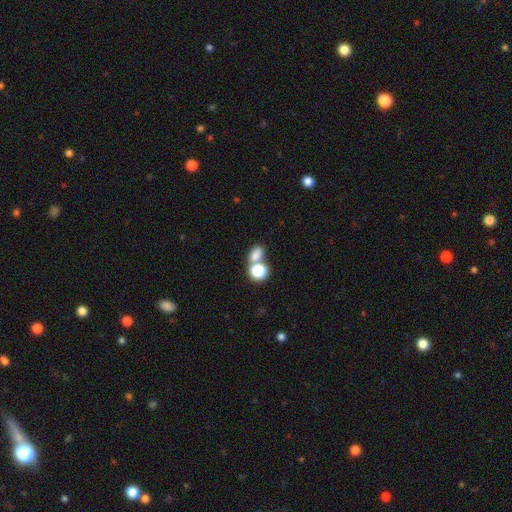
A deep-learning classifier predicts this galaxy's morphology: Q: Smooth or featured?
A: smooth (75%); runner-up: star or artifact (16%)
Q: How rounded?
A: in between (62%); runner-up: round (37%)
Q: Merging?
A: none (44%); runner-up: merger (43%)